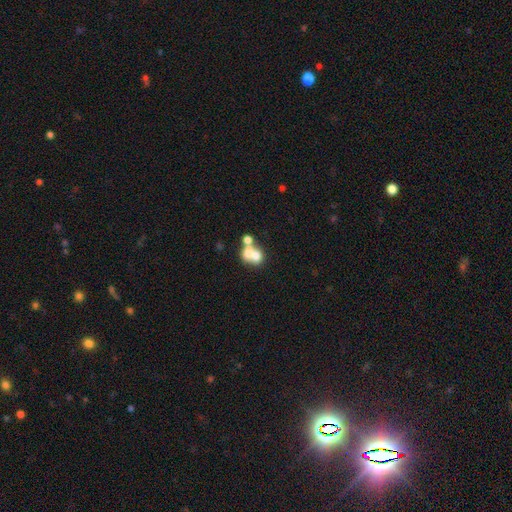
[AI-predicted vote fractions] Morphology: type=smooth (56%); roundness=round (66%); merging=merger (62%).